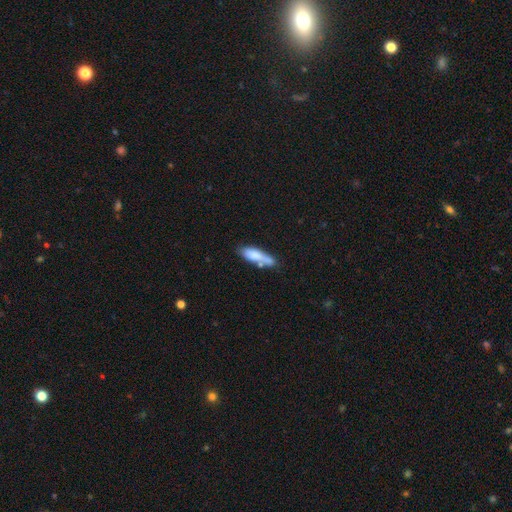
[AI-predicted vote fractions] Morphology: type=smooth (74%); roundness=cigar-shaped (58%); merging=none (48%).